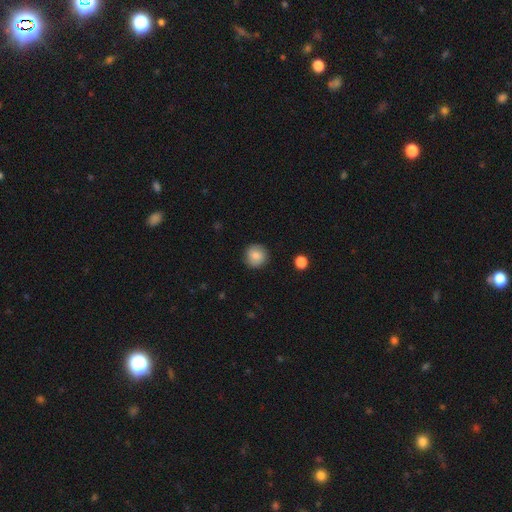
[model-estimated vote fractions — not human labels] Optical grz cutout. It shows a smooth galaxy with no disk features (83%) that is round (93%). Merging: none (89%).